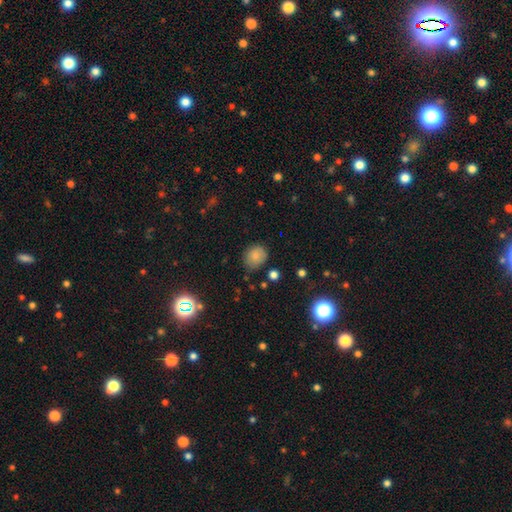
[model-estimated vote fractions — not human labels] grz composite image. It shows a smooth galaxy with no disk features (82%) that is round (68%). Merging: none (75%).